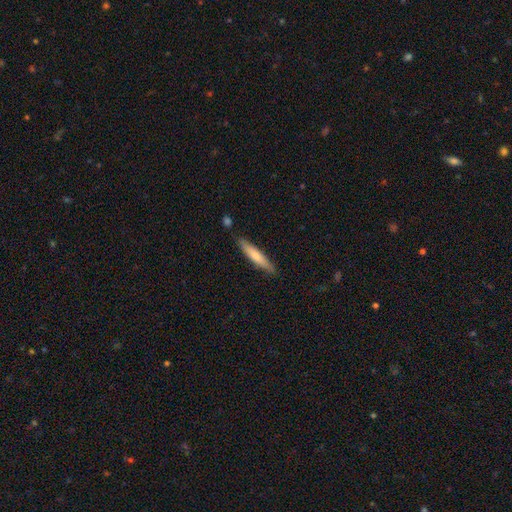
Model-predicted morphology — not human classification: Overall: smooth (65%; featured or disk 30%). How rounded: cigar-shaped (89%). Merging: none (84%).